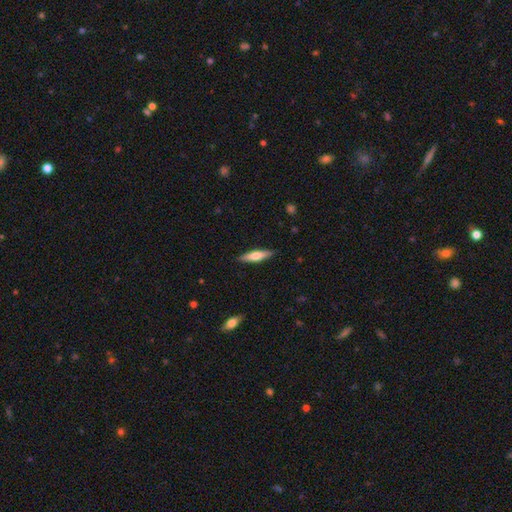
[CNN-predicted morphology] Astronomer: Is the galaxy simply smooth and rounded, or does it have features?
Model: smooth — 57% (runner-up: featured or disk, 37%).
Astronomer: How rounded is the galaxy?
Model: cigar-shaped — 72%.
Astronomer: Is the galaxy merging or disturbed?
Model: none — 89%.